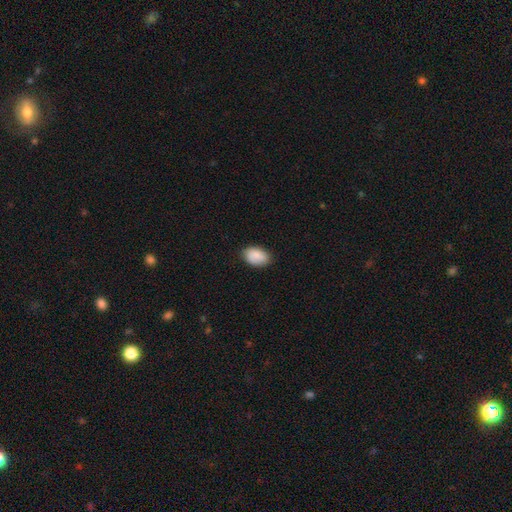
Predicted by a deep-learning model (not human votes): Overall: smooth (87%). How rounded: in between (89%). Merging: none (81%).